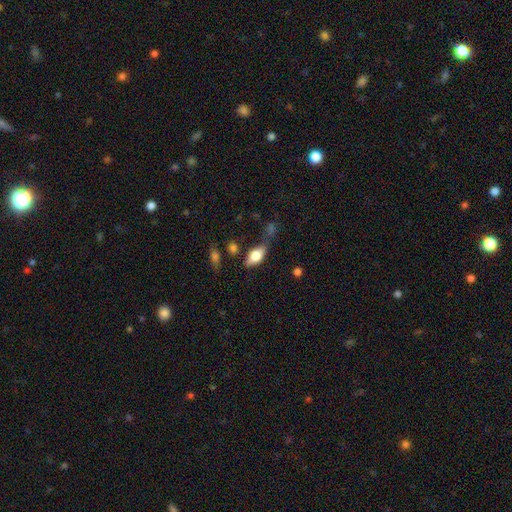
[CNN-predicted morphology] A smooth galaxy with no disk features (67%) that is in between round and cigar-shaped (86%).

Vote fractions:
- Smooth or featured? smooth: 67% / featured or disk: 25% / star or artifact: 8%
- How rounded? in between: 86% / cigar-shaped: 8% / round: 7%
- Merging? none: 54% / minor disturbance: 25% / major disturbance: 11% / merger: 9%